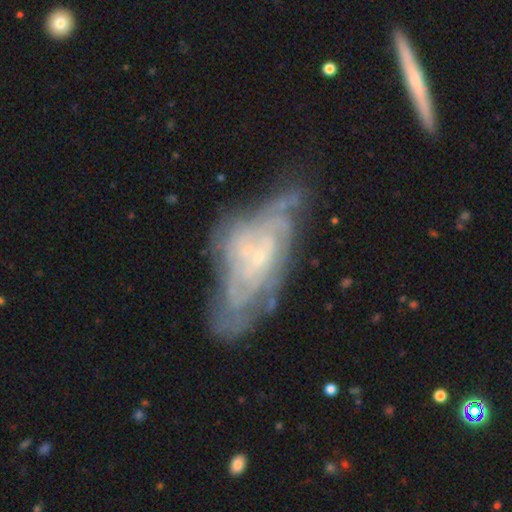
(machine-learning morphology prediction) This is likely a featured or disk galaxy (79%). It is clearly not viewed edge-on (92%). Bar: likely no (68%). Spiral arm pattern: clearly yes (81%). Spiral arm count: possibly can't tell (51%). Spiral winding: possibly tight (58%). Central bulge: clearly small (80%). Merging: possibly none (45%).